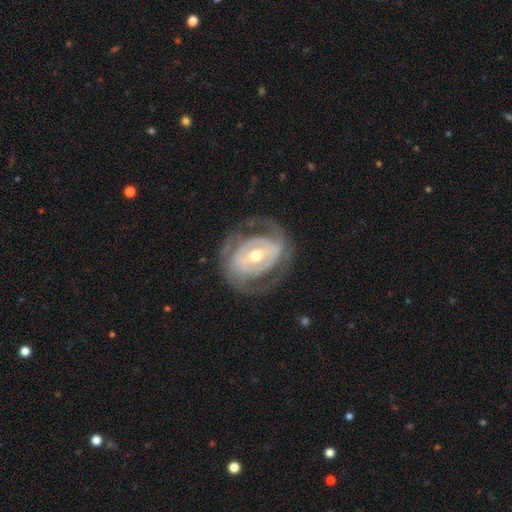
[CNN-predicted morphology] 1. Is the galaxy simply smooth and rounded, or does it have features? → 83% featured or disk, 12% smooth, 5% star or artifact.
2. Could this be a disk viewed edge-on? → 96% no, 4% yes.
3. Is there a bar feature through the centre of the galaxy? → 38% weak, 34% strong, 28% no.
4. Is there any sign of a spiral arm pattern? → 79% yes, 21% no.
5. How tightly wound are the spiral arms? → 51% tight, 34% medium, 14% loose.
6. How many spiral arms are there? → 62% 2, 21% can't tell, 7% 3, 5% 1, 3% 4, 2% more than 4.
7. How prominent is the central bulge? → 65% moderate, 28% small, 5% large, 1% none, 1% dominant.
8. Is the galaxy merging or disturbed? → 70% none, 15% minor disturbance, 14% major disturbance, 1% merger.